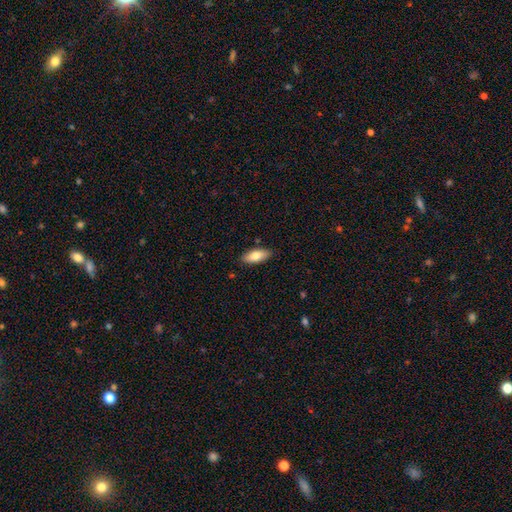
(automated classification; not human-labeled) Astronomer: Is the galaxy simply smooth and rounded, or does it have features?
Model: smooth — 78%.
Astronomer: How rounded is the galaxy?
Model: in between — 82%.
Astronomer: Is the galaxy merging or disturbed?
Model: none — 86%.